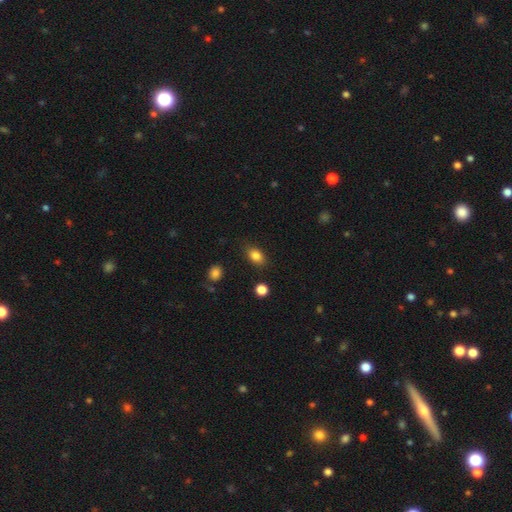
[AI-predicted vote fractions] This appears to be a smooth galaxy with no disk features (84%) that is in between round and cigar-shaped (78%). Merging: none (84%).